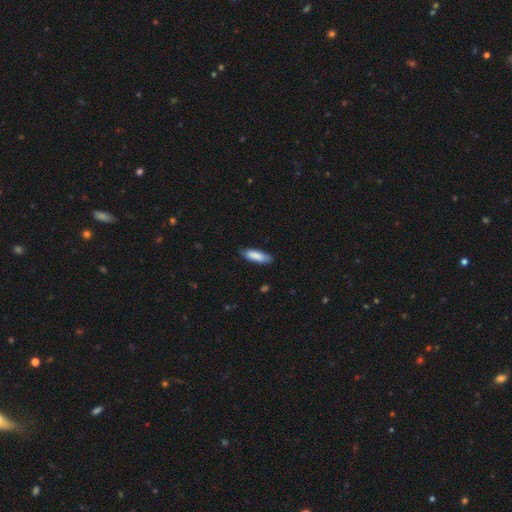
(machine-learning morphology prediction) type=smooth (87%); roundness=in between (57%); merging=none (81%).